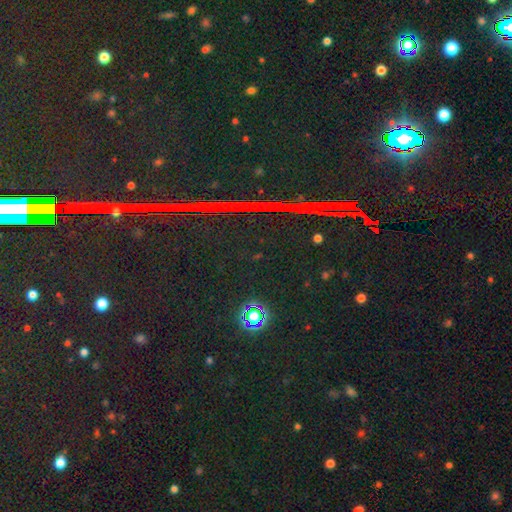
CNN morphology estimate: type=star or artifact (86%).